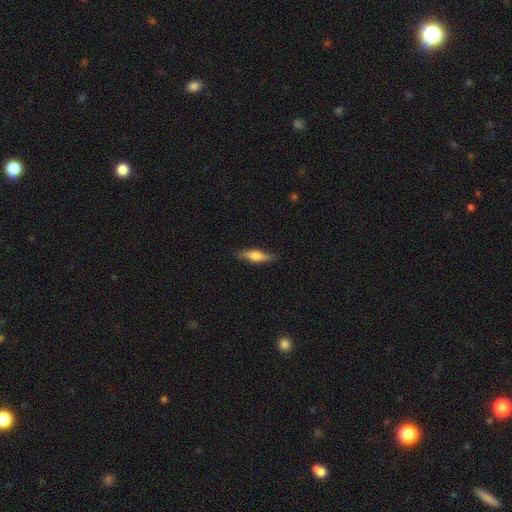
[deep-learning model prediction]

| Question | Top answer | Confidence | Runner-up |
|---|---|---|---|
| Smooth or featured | smooth | 58% | featured or disk (36%) |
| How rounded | cigar-shaped | 66% | in between (31%) |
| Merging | none | 87% | minor disturbance (10%) |